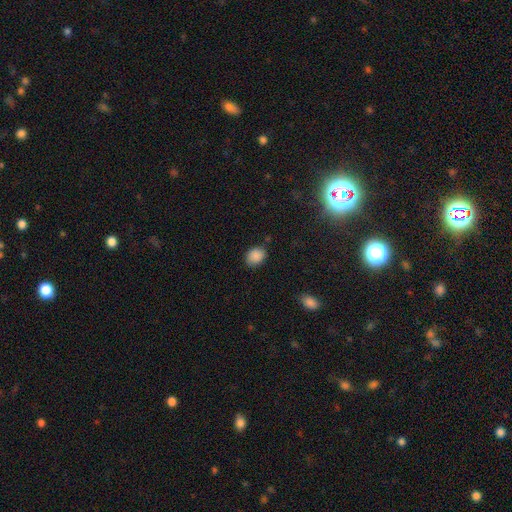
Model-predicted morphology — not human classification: A smooth galaxy with no disk features (88%) that is in between round and cigar-shaped (59%). Merging: none (79%).